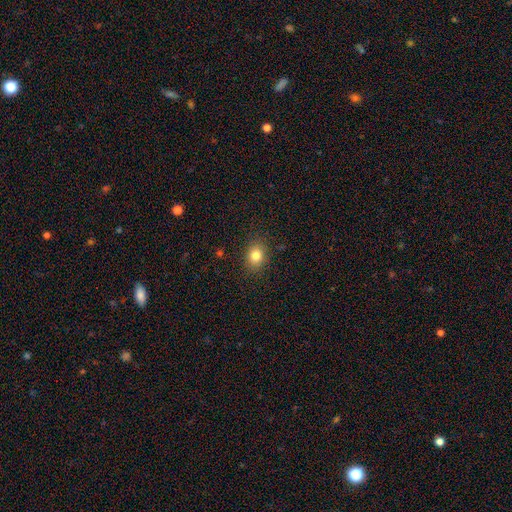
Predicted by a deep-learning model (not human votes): Overall: smooth (81%). How rounded: round (50%; in between 49%). Merging: none (87%).